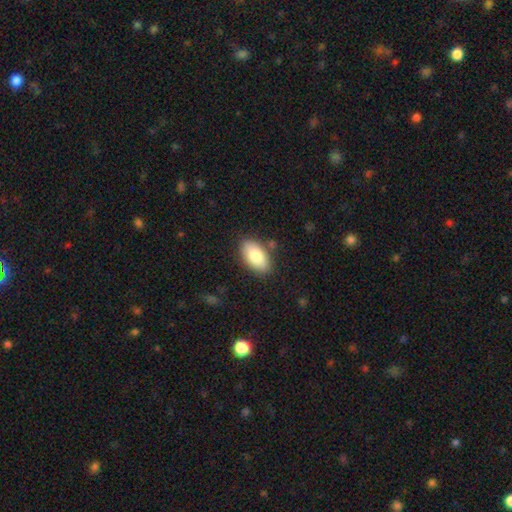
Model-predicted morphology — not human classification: type=smooth (84%); roundness=in between (94%); merging=none (82%).